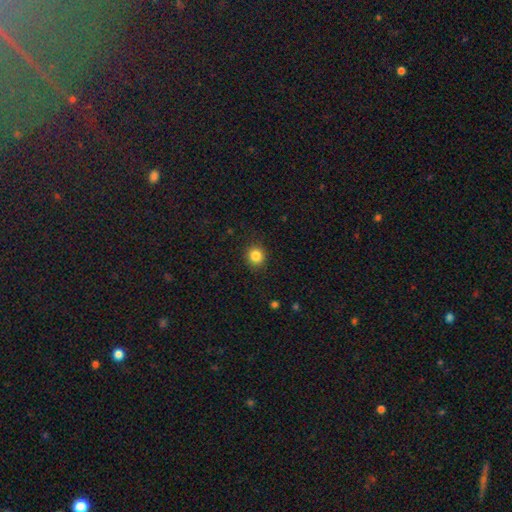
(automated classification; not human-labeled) Smooth or featured? Predicted: smooth (p=0.85). How rounded? Predicted: round (p=0.89). Merging? Predicted: none (p=0.91).